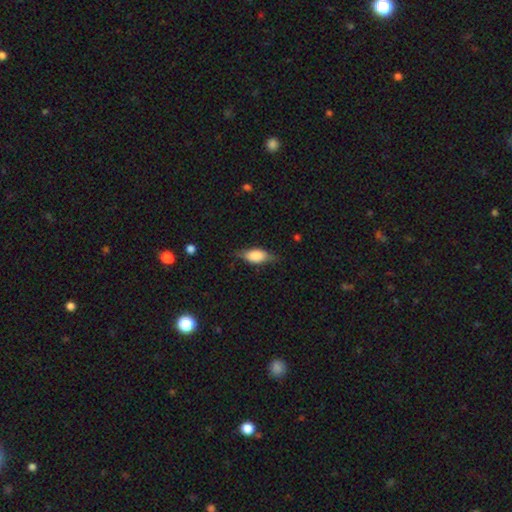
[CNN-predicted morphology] A smooth galaxy with no disk features (71%) that is in between round and cigar-shaped (82%). Merging: none (68%).